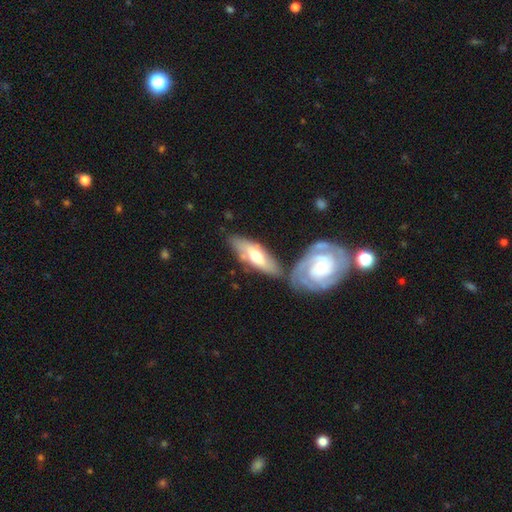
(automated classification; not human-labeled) The model was most divided on "smooth or featured": featured or disk: 56%, smooth: 40%, star or artifact: 5%. More confident: edge-on disk — no (64%); merging — none (54%).